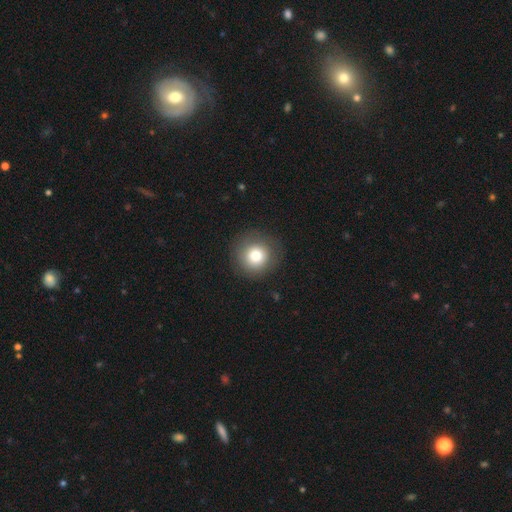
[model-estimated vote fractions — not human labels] Smooth or featured? Predicted: smooth (p=0.78). How rounded? Predicted: round (p=0.95). Merging? Predicted: none (p=0.88).